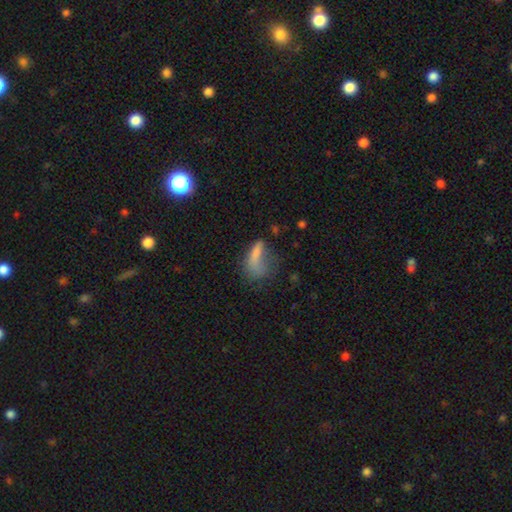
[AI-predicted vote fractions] Smooth or featured? Predicted: smooth (p=0.69). How rounded? Predicted: in between (p=0.69). Merging? Predicted: major disturbance (p=0.48).